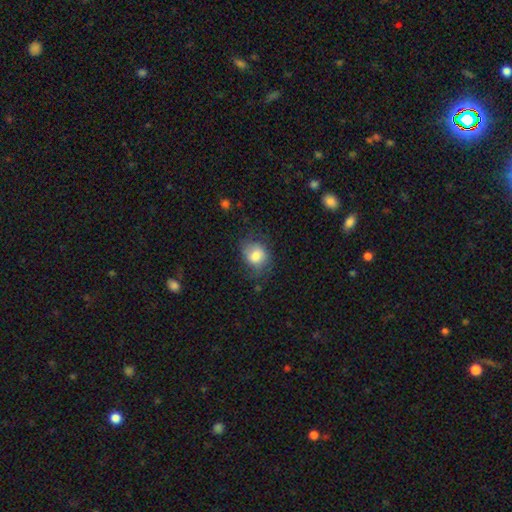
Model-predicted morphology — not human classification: Smooth or featured?
  - smooth: 76% *
  - featured or disk: 16%
  - star or artifact: 8%
How rounded?
  - round: 53% *
  - in between: 46%
  - cigar-shaped: 1%
Merging?
  - none: 59% *
  - minor disturbance: 27%
  - major disturbance: 13%
  - merger: 2%